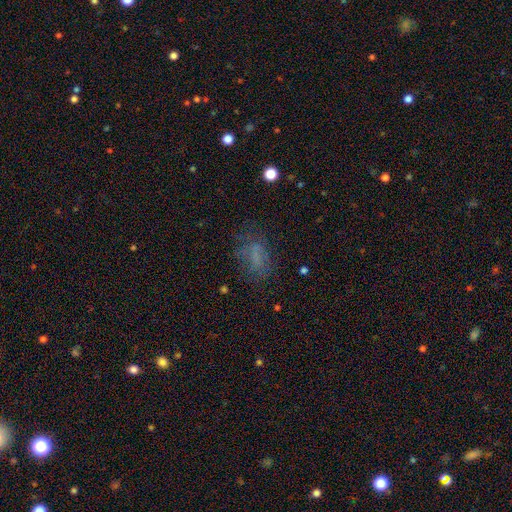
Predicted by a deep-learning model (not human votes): This appears to be a smooth galaxy with no disk features (55%) that is in between round and cigar-shaped (78%). Merging: none (57%).